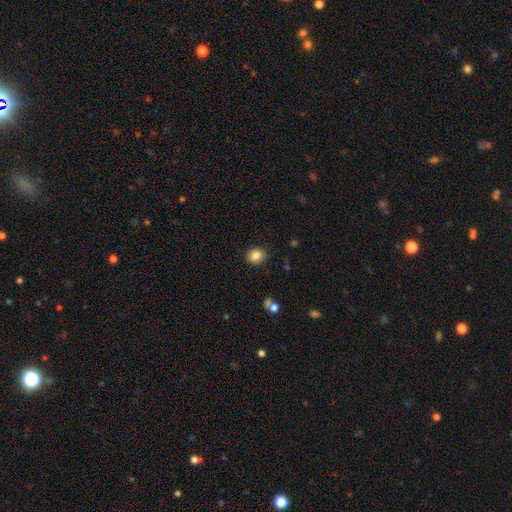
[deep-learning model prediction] A smooth galaxy with no disk features (85%) that is round (71%). Merging: none (89%).